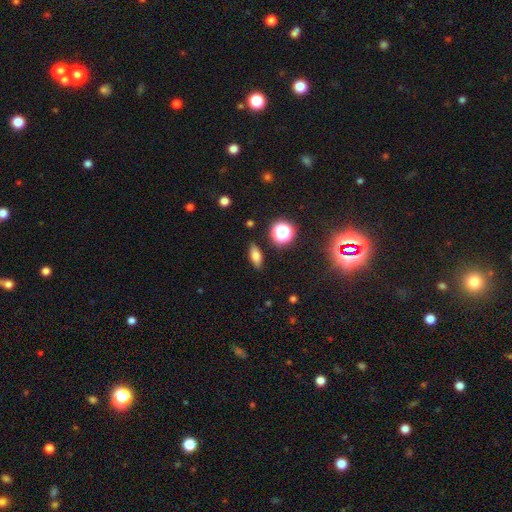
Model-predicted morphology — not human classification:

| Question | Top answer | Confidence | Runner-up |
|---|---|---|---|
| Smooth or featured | smooth | 71% | featured or disk (15%) |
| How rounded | in between | 68% | cigar-shaped (22%) |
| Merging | none | 87% | minor disturbance (9%) |